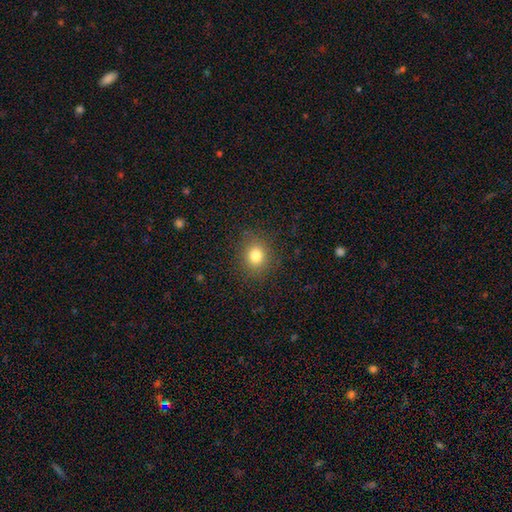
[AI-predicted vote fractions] The model was most divided on "how rounded": round: 74%, in between: 25%, cigar-shaped: 1%. More confident: merging — none (87%); smooth or featured — smooth (80%).